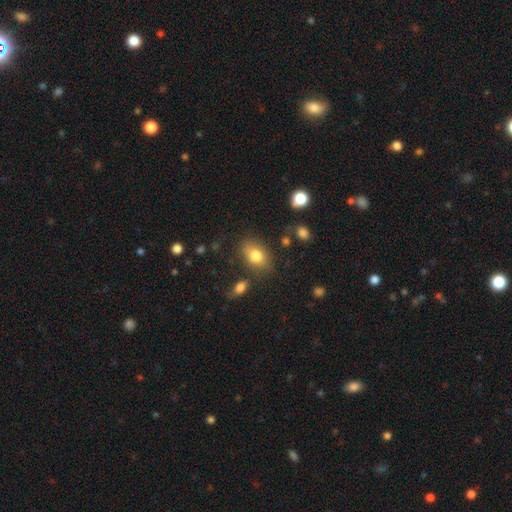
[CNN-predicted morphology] type=smooth (80%); roundness=in between (80%); merging=none (73%).